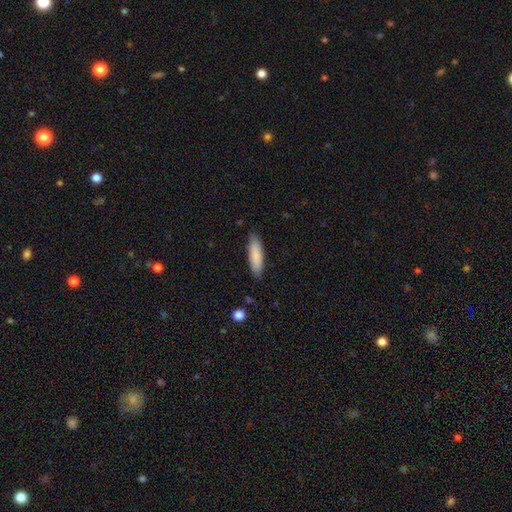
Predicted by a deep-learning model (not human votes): Morphology: type=smooth (86%); roundness=cigar-shaped (60%); merging=none (84%).